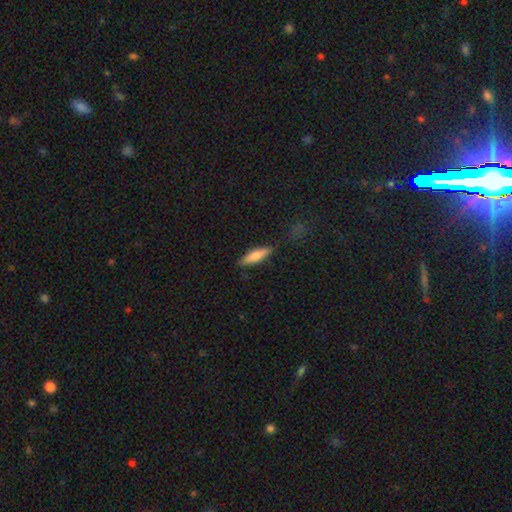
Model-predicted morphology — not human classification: A smooth galaxy with no disk features (75%) that is cigar-shaped (64%). Merging: none (82%).